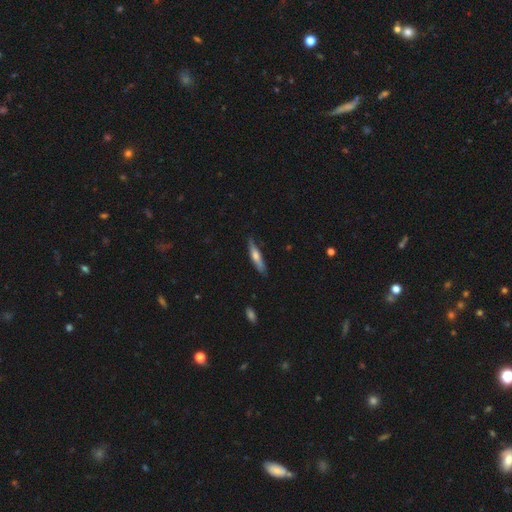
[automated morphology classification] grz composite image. It shows a smooth galaxy with no disk features (50%). Merging: none (80%).